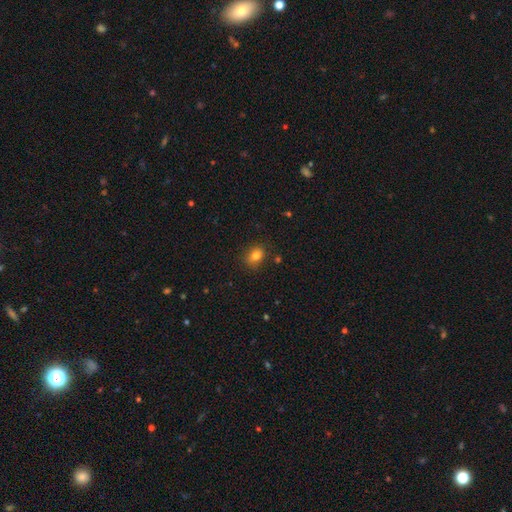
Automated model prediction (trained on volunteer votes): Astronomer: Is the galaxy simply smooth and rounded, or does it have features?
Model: smooth — 80%.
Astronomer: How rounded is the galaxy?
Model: in between — 54% (runner-up: round, 45%).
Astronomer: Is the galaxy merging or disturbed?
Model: none — 83%.